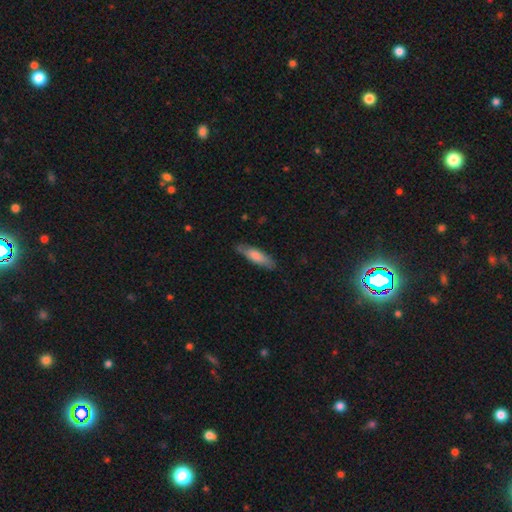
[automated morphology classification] smooth_or_featured: smooth (p=0.72) [alt: featured or disk p=0.22]
how_rounded: cigar-shaped (p=0.66) [alt: in between p=0.32]
merging: none (p=0.79) [alt: minor disturbance p=0.16]